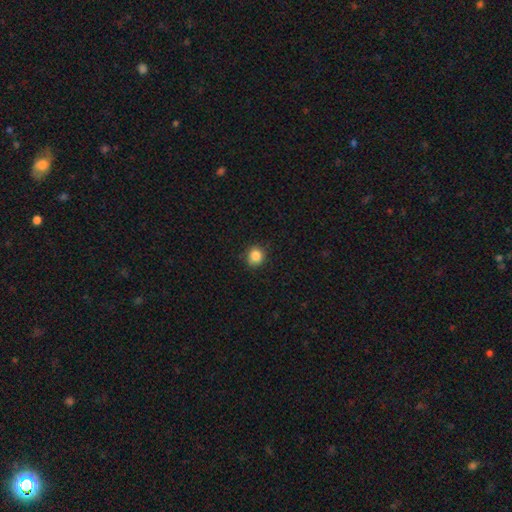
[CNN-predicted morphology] This is clearly a smooth galaxy (85%). How rounded: clearly round (86%). Merging: clearly none (85%).